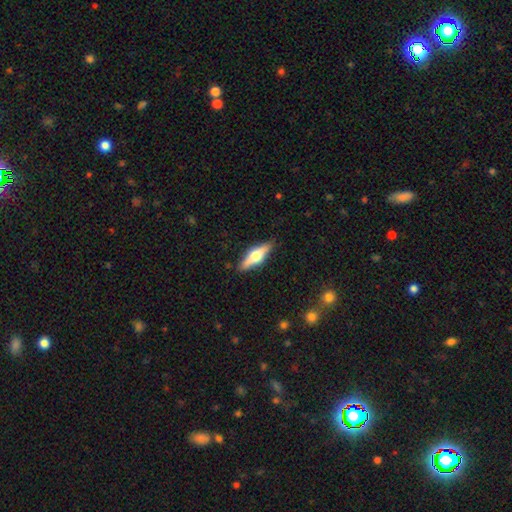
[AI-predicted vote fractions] smooth-or-featured: featured or disk: 59% | smooth: 36% | star or artifact: 6%
  disk-edge-on: yes: 95% | no: 5%
    edge-on-bulge: rounded: 94% | boxy: 4% | none: 2%
  merging: none: 88% | minor disturbance: 9% | major disturbance: 2% | merger: 1%